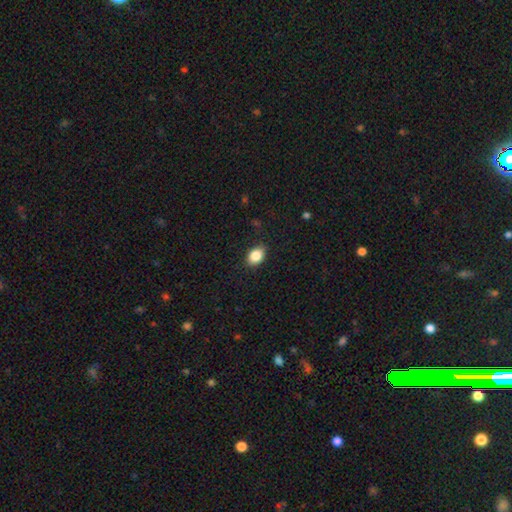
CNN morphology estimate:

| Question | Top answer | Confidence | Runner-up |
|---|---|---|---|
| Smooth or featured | smooth | 86% | star or artifact (8%) |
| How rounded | in between | 78% | round (20%) |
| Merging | none | 84% | minor disturbance (12%) |